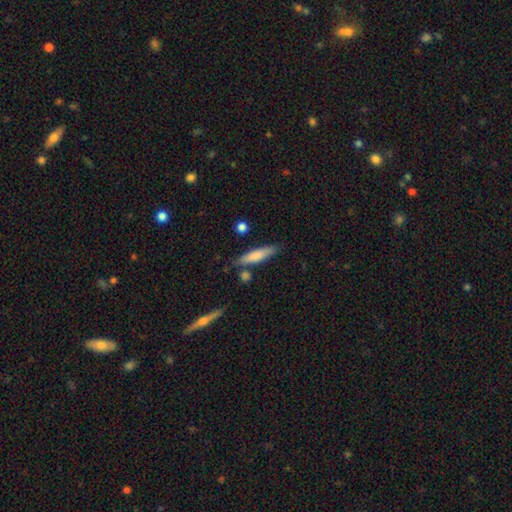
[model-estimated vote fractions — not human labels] This is likely a smooth galaxy (74%). How rounded: likely cigar-shaped (78%). Merging: likely none (76%).